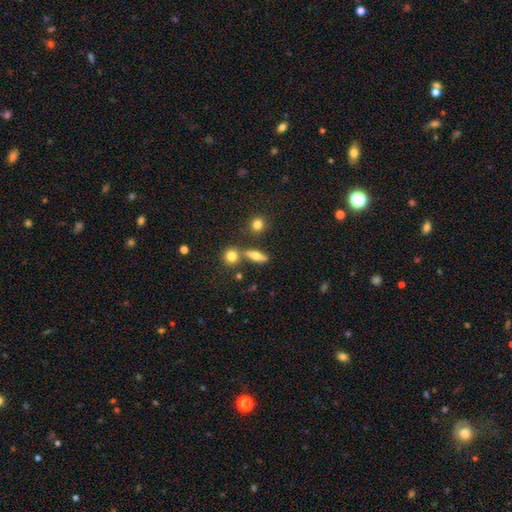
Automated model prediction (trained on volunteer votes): A smooth galaxy with no disk features (63%) that is cigar-shaped (41%, tied with in between). Merging: none (73%).